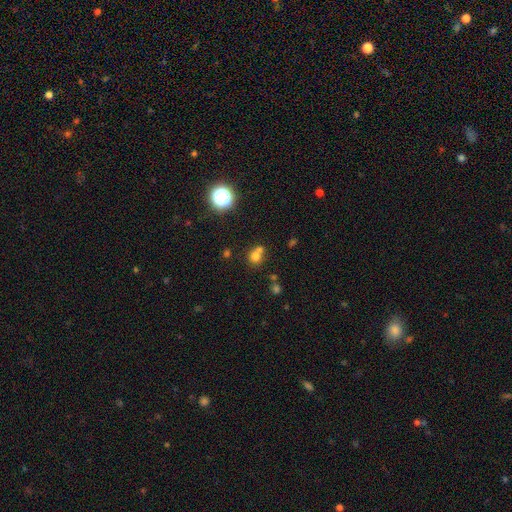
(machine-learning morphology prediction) The model was most divided on "merging": none: 45%, merger: 43%, minor disturbance: 8%, major disturbance: 4%. More confident: how rounded — round (82%); smooth or featured — smooth (70%).